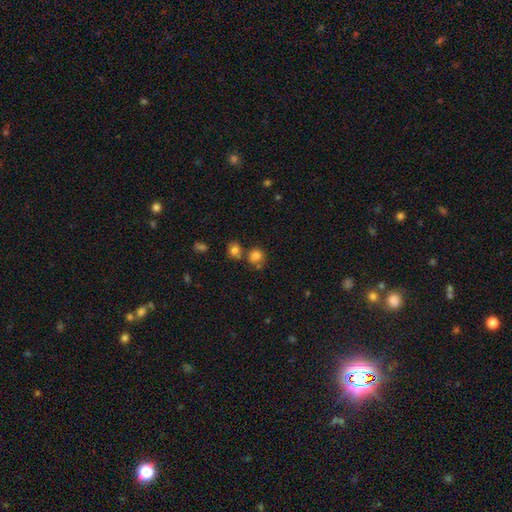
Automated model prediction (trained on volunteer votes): A smooth galaxy with no disk features (80%) that is round (83%). Merging: none (59%).